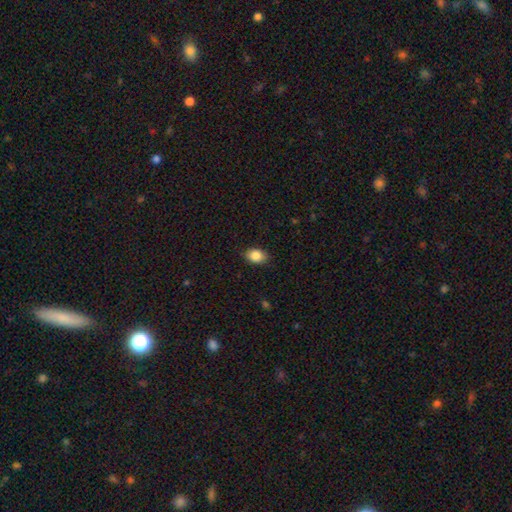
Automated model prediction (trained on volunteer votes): smooth 86%, star or artifact 8%, featured or disk 6%. Down the decision tree: how rounded — in between (72%); merging — none (84%).